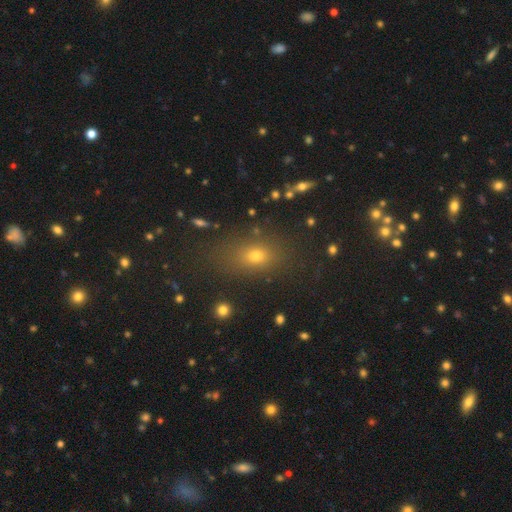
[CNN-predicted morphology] smooth 69%, star or artifact 21%, featured or disk 11%. Down the decision tree: how rounded — in between (69%); merging — none (79%).